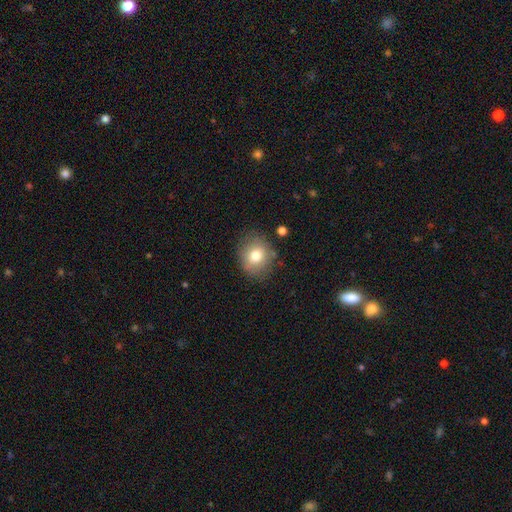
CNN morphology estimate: A smooth galaxy with no disk features (75%) that is round (71%).

Vote fractions:
- Smooth or featured? smooth: 75% / featured or disk: 14% / star or artifact: 10%
- How rounded? round: 71% / in between: 28% / cigar-shaped: 1%
- Merging? none: 81% / minor disturbance: 13% / major disturbance: 4% / merger: 2%